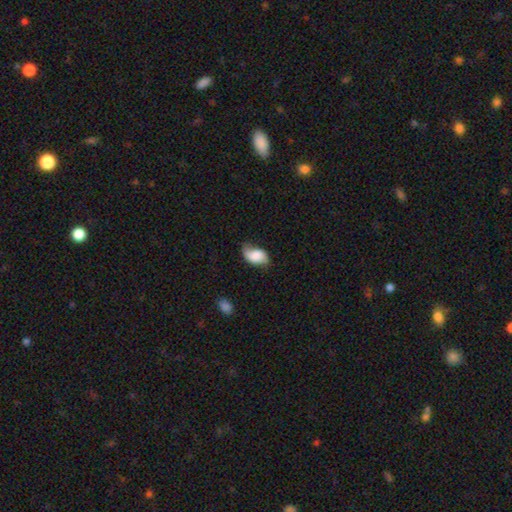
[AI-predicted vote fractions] This is likely a smooth galaxy (62%). How rounded: clearly in between (88%). Merging: possibly none (45%).